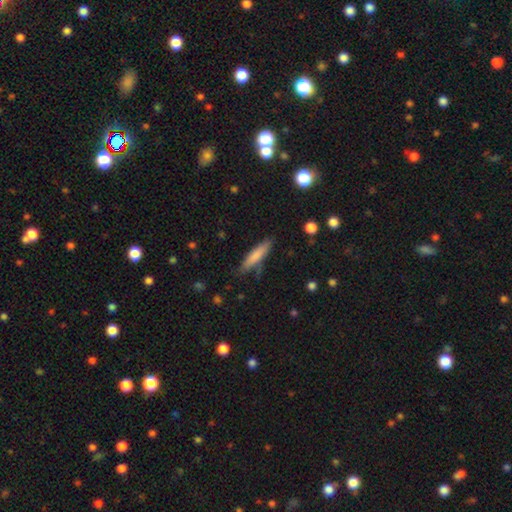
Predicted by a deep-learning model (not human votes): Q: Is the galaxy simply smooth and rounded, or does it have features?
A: smooth — 77%.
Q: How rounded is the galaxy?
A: cigar-shaped — 83%.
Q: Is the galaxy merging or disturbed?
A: none — 78%.